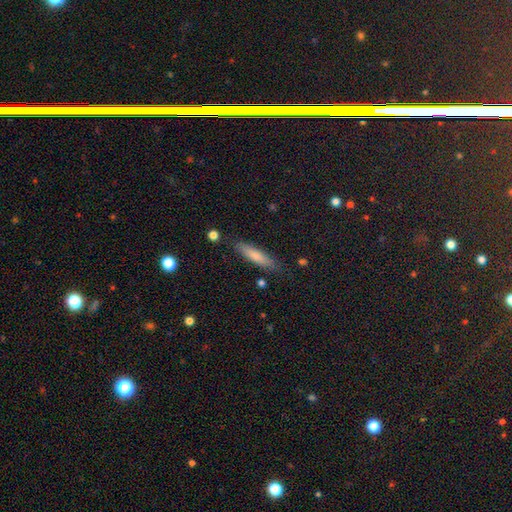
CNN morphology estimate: This is likely a smooth galaxy (73%). How rounded: clearly cigar-shaped (82%). Merging: clearly none (84%).